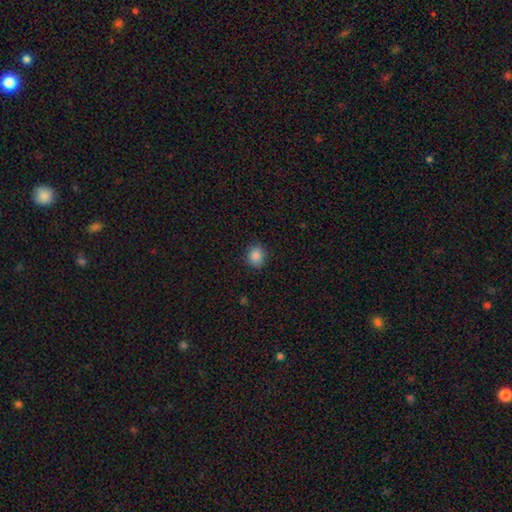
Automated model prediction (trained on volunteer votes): A smooth galaxy with no disk features (86%) that is round (74%). Merging: none (87%).